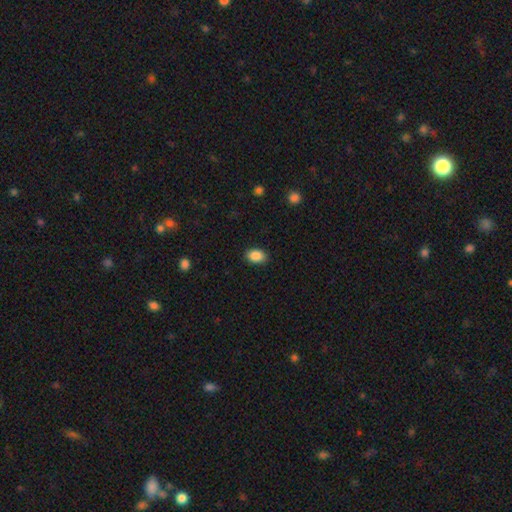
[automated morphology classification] Smooth or featured? Predicted: smooth (p=0.88). How rounded? Predicted: in between (p=0.82). Merging? Predicted: none (p=0.88).